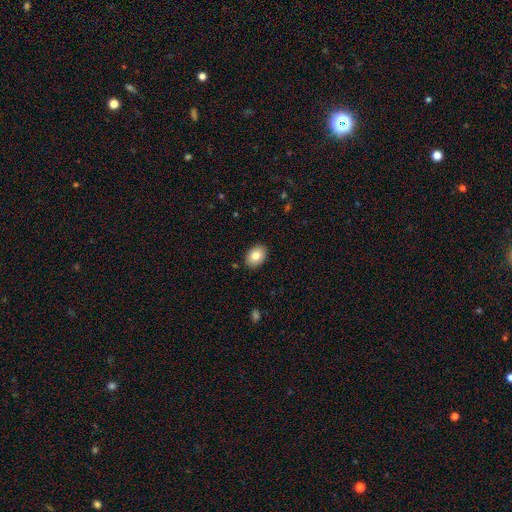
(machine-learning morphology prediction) A smooth galaxy with no disk features (81%) that is in between round and cigar-shaped (77%). Merging: none (89%).